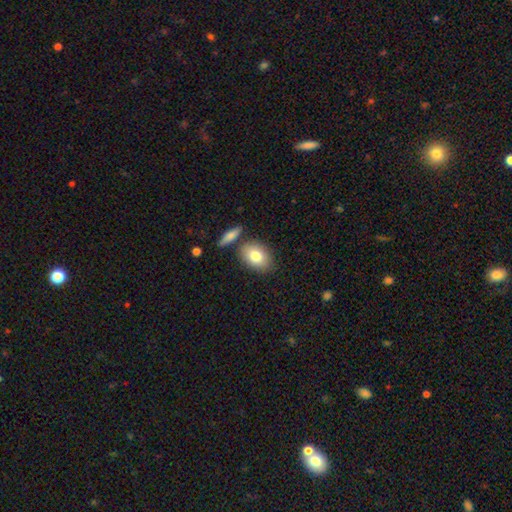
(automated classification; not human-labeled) This is likely a smooth galaxy (80%). How rounded: clearly in between (81%). Merging: likely none (72%).